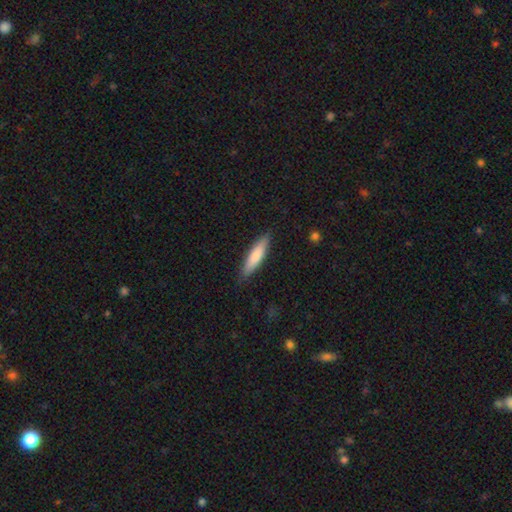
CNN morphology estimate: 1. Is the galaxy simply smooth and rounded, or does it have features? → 77% smooth, 18% featured or disk, 5% star or artifact.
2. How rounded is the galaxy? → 76% cigar-shaped, 23% in between, 1% round.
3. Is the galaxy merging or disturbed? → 86% none, 11% minor disturbance, 2% major disturbance, 1% merger.